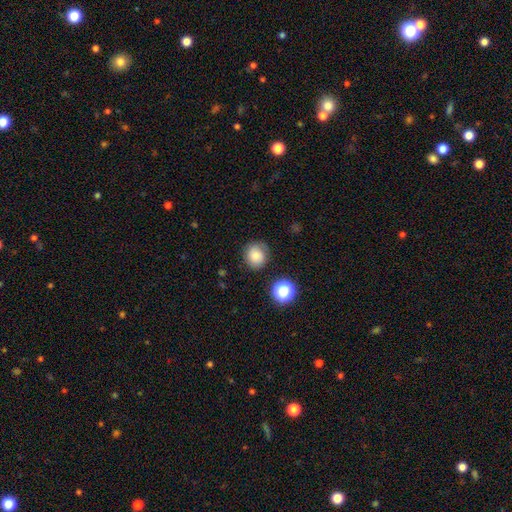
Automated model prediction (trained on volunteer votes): This is likely a smooth galaxy (79%). How rounded: clearly round (84%). Merging: likely none (77%).